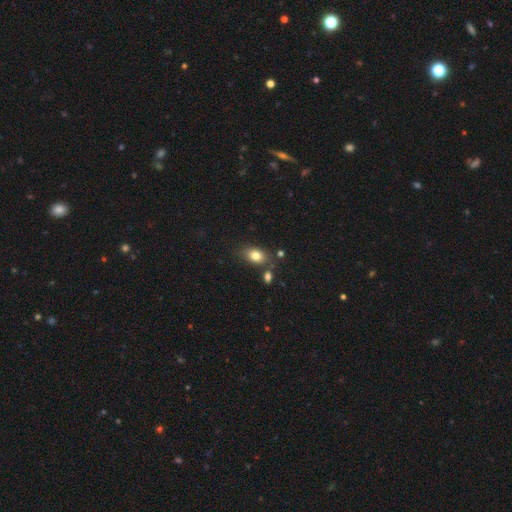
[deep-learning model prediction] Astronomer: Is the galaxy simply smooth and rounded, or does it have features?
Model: smooth — 81%.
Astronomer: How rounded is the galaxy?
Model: in between — 78%.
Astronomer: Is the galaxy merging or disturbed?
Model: none — 70%.